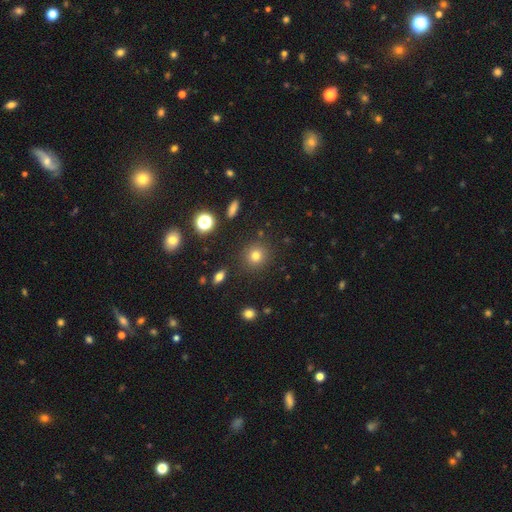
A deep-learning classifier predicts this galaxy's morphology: A smooth galaxy with no disk features (75%) that is round (91%).

Vote fractions:
- Smooth or featured? smooth: 75% / star or artifact: 16% / featured or disk: 9%
- How rounded? round: 91% / in between: 8% / cigar-shaped: 1%
- Merging? none: 89% / minor disturbance: 6% / major disturbance: 3% / merger: 2%